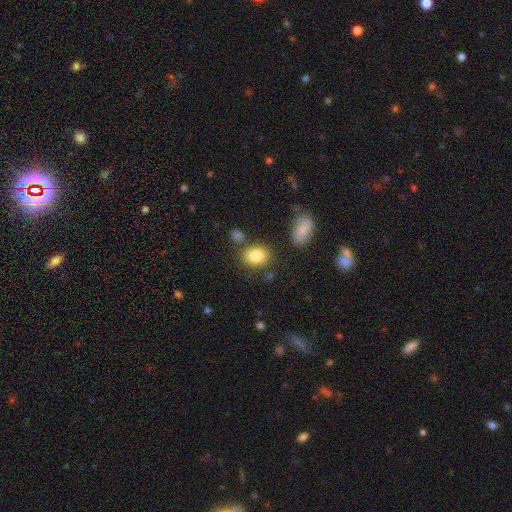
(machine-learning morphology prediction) A smooth galaxy with no disk features (84%) that is in between round and cigar-shaped (65%).

Vote fractions:
- Smooth or featured? smooth: 84% / star or artifact: 8% / featured or disk: 8%
- How rounded? in between: 65% / round: 33% / cigar-shaped: 1%
- Merging? none: 75% / minor disturbance: 13% / merger: 8% / major disturbance: 4%